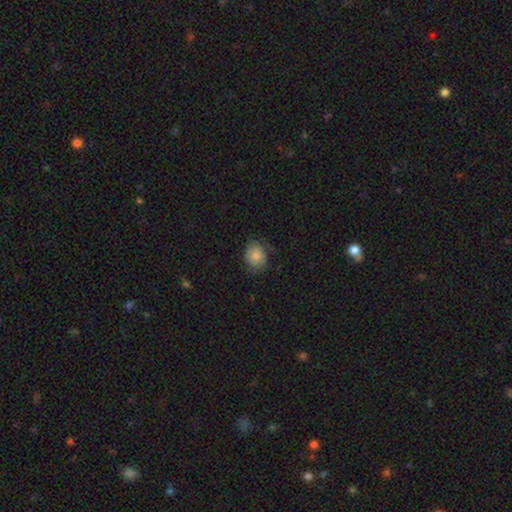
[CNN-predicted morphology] Overall: smooth (80%). How rounded: round (60%; in between 39%). Merging: none (65%; minor disturbance 26%).